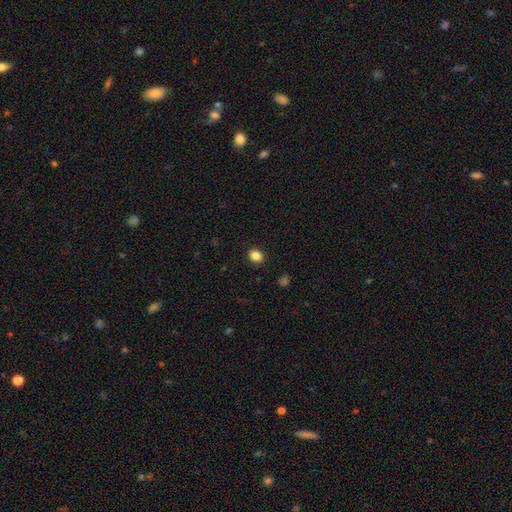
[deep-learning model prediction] Morphology: type=smooth (85%); roundness=in between (53%); merging=none (90%).